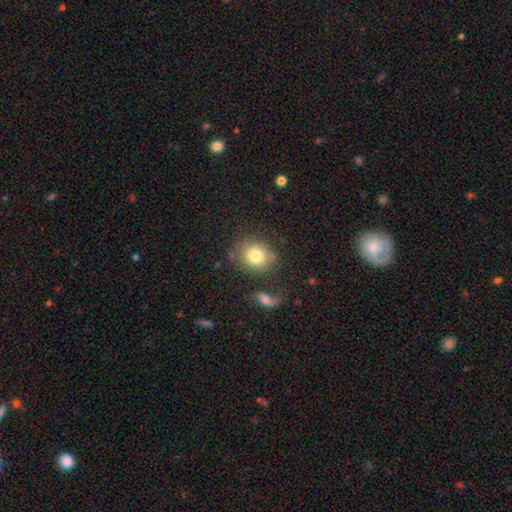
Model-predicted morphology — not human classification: Smooth or featured? Predicted: smooth (p=0.79). How rounded? Predicted: round (p=0.73). Merging? Predicted: none (p=0.71).